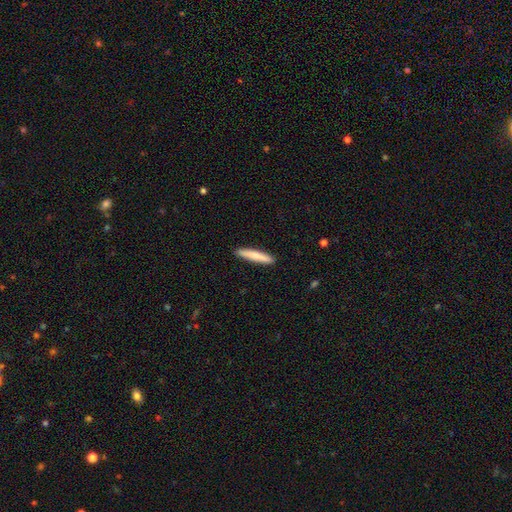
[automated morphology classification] Smooth or featured: smooth — 81% (featured or disk — 14%)
How rounded: cigar-shaped — 94% (in between — 5%)
Merging: none — 91% (minor disturbance — 7%)